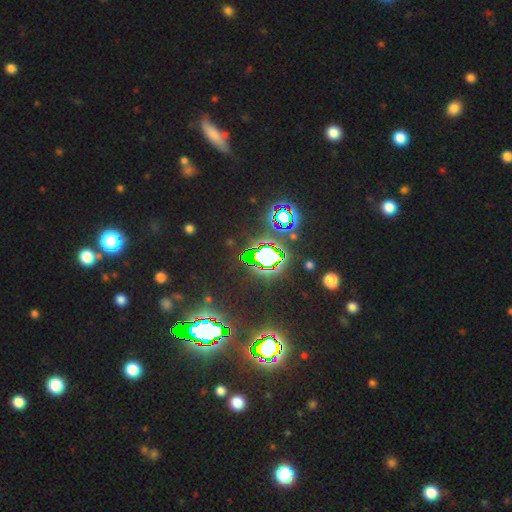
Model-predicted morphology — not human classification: Q: Smooth or featured?
A: star or artifact (80%); runner-up: smooth (11%)